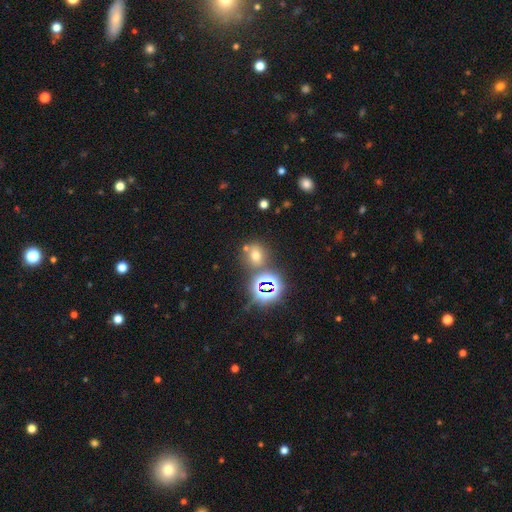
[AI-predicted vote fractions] Q: Smooth or featured?
A: smooth (55%); runner-up: star or artifact (35%)
Q: How rounded?
A: round (67%); runner-up: in between (31%)
Q: Merging?
A: none (69%); runner-up: merger (15%)